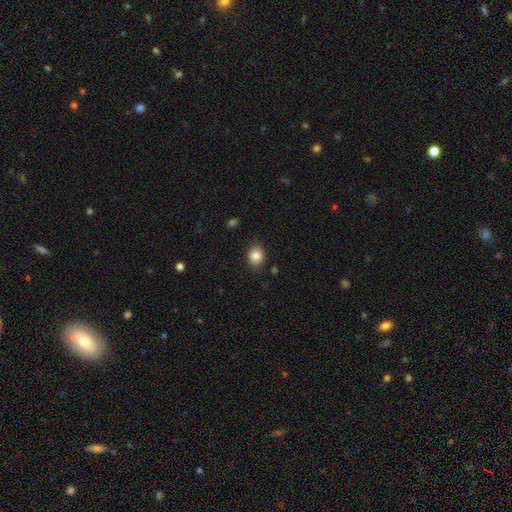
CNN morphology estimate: smooth-or-featured: smooth: 85% | star or artifact: 9% | featured or disk: 6%
  how-rounded: in between: 50% | round: 49% | cigar-shaped: 1%
  merging: none: 84% | minor disturbance: 12% | major disturbance: 3% | merger: 1%